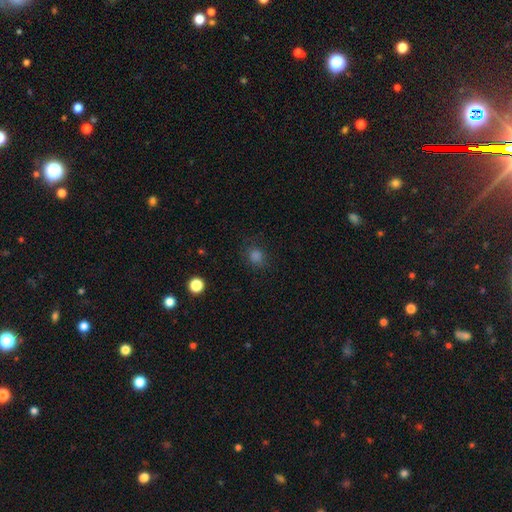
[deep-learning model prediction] A smooth galaxy with no disk features (76%) that is round (81%).

Vote fractions:
- Smooth or featured? smooth: 76% / star or artifact: 19% / featured or disk: 5%
- How rounded? round: 81% / in between: 18% / cigar-shaped: 1%
- Merging? none: 83% / minor disturbance: 11% / major disturbance: 5% / merger: 1%